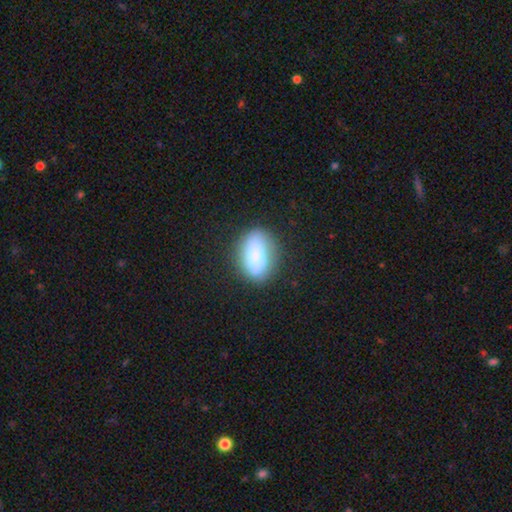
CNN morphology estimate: Smooth or featured: smooth — 68% (featured or disk — 24%)
How rounded: in between — 78% (round — 17%)
Merging: none — 74% (minor disturbance — 18%)